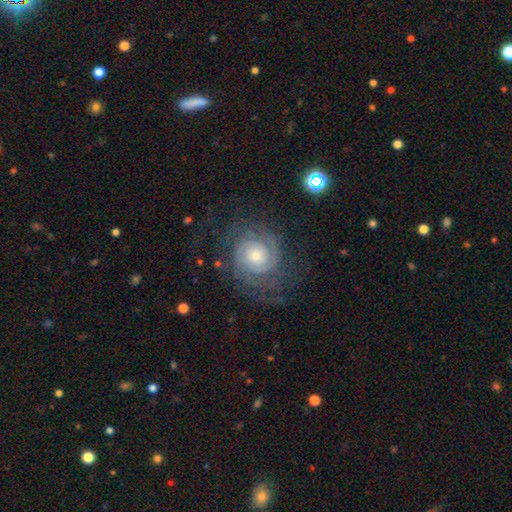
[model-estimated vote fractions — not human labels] Overall: featured or disk (85%). Edge-on disk: no (98%). Bar: no (77%). Spiral arms: yes (96%). Spiral arm count: 2 (48%; can't tell 23%). Spiral winding: tight (73%). Bulge size: small (54%; moderate 39%). Merging: none (70%).